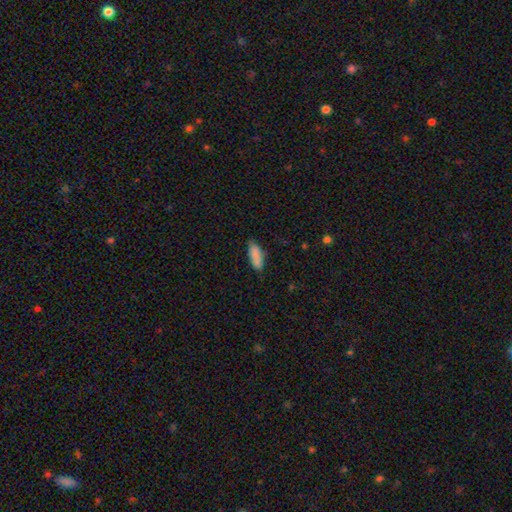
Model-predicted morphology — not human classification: Overall: smooth (87%). How rounded: in between (73%). Merging: none (76%).